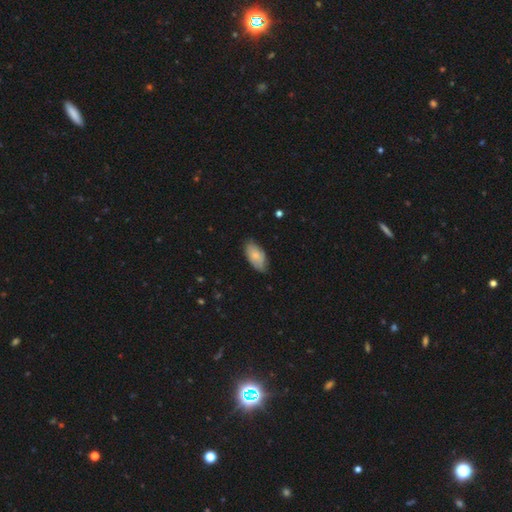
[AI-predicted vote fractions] This appears to be a smooth galaxy with no disk features (72%) that is in between round and cigar-shaped (94%). Merging: none (69%).